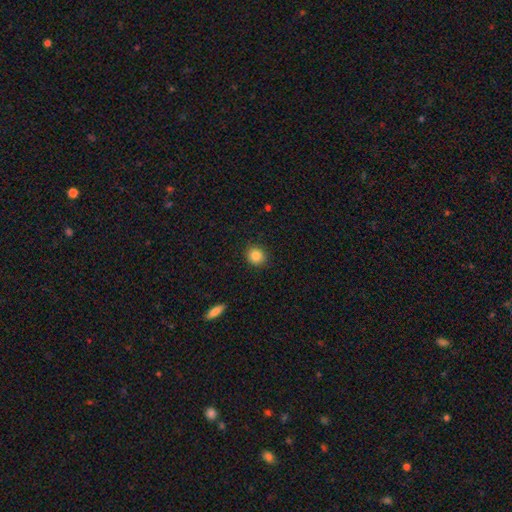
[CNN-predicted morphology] Smooth or featured?
  - smooth: 85% *
  - star or artifact: 10%
  - featured or disk: 5%
How rounded?
  - round: 88% *
  - in between: 11%
  - cigar-shaped: 1%
Merging?
  - none: 91% *
  - minor disturbance: 7%
  - major disturbance: 2%
  - merger: 1%